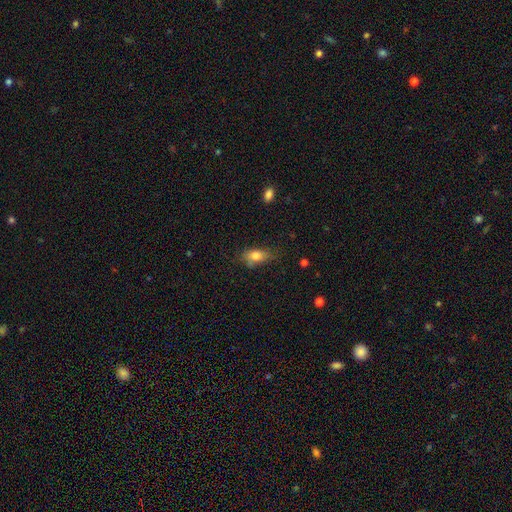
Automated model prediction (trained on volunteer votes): Smooth or featured: smooth — 78% (featured or disk — 13%)
How rounded: in between — 82% (cigar-shaped — 10%)
Merging: none — 64% (minor disturbance — 25%)